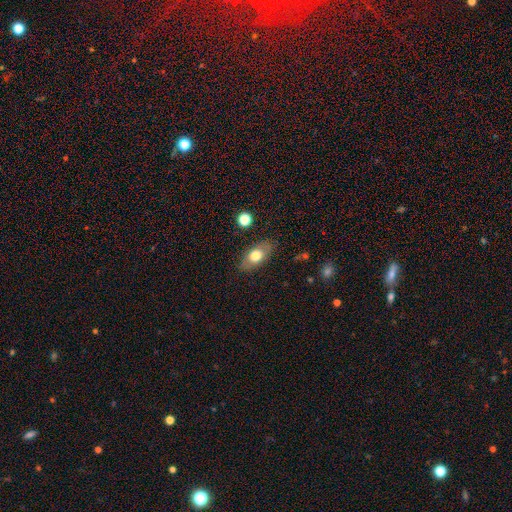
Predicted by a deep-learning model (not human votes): Overall: smooth (67%). How rounded: in between (86%). Merging: none (82%).